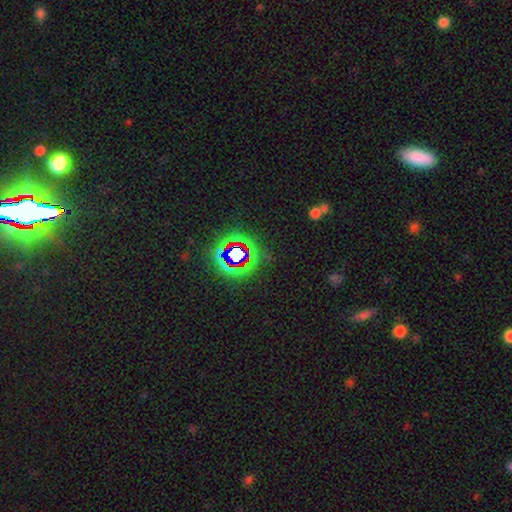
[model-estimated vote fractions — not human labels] Overall: star or artifact (78%).